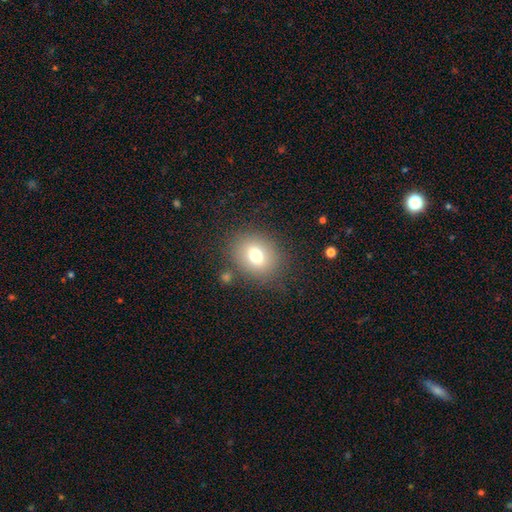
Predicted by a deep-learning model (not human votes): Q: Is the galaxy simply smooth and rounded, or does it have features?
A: smooth — 73%.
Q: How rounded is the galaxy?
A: round — 55%.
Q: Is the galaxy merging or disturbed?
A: none — 80%.